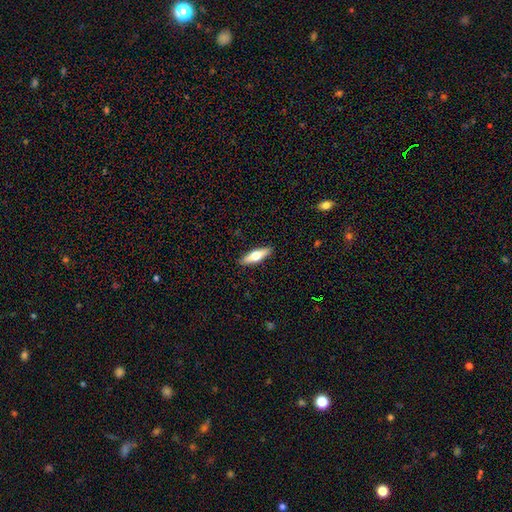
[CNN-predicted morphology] The model was most divided on "smooth or featured": smooth: 49%, featured or disk: 46%, star or artifact: 6%. More confident: merging — none (90%).